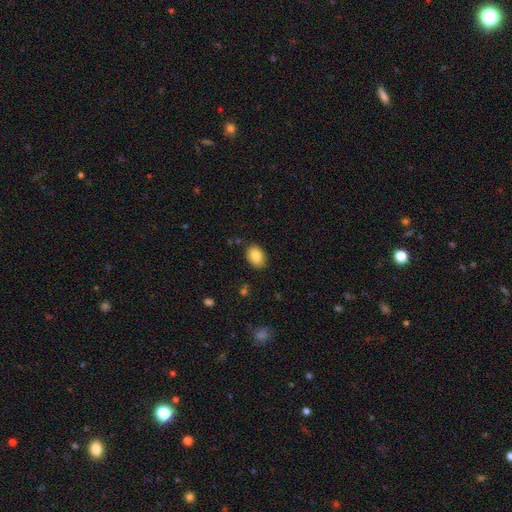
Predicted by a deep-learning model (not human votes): smooth_or_featured: smooth (p=0.84) [alt: star or artifact p=0.08]
how_rounded: in between (p=0.74) [alt: round p=0.25]
merging: none (p=0.86) [alt: minor disturbance p=0.10]